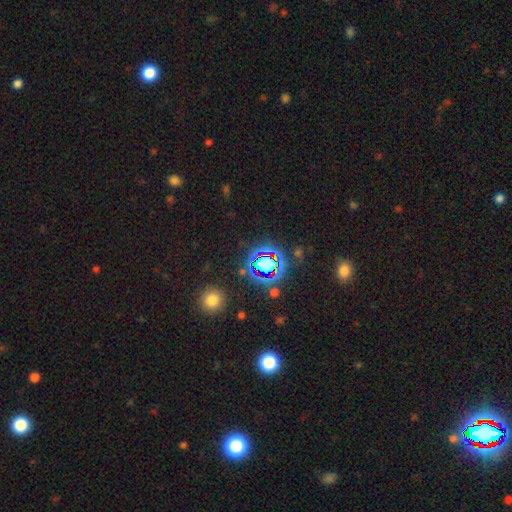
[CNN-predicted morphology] The model was most divided on "smooth or featured": star or artifact: 77%, smooth: 15%, featured or disk: 8%.